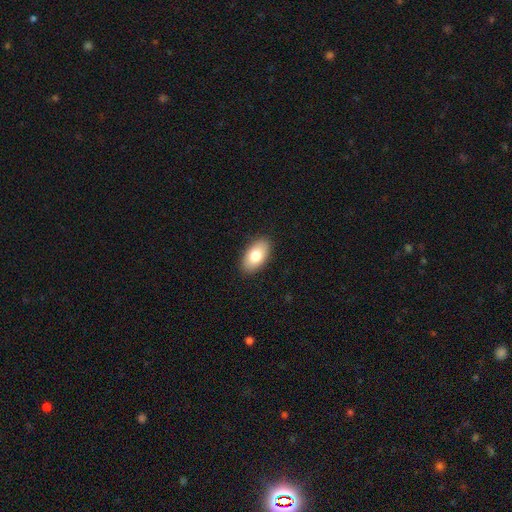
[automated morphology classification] Smooth or featured? Predicted: smooth (p=0.79). How rounded? Predicted: in between (p=0.94). Merging? Predicted: none (p=0.89).